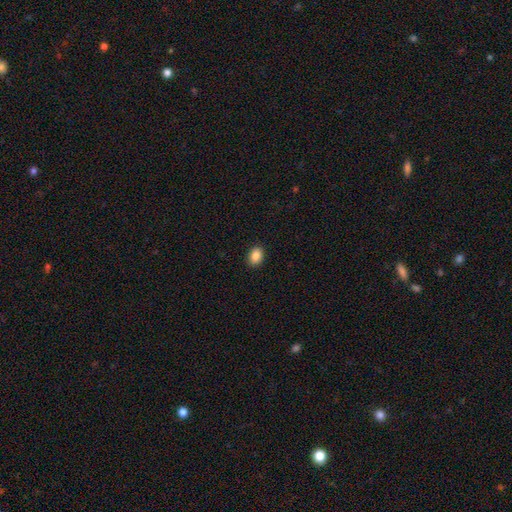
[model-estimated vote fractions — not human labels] A smooth galaxy with no disk features (87%) that is in between round and cigar-shaped (73%).

Vote fractions:
- Smooth or featured? smooth: 87% / star or artifact: 9% / featured or disk: 4%
- How rounded? in between: 73% / round: 26% / cigar-shaped: 1%
- Merging? none: 90% / minor disturbance: 7% / major disturbance: 2% / merger: 1%